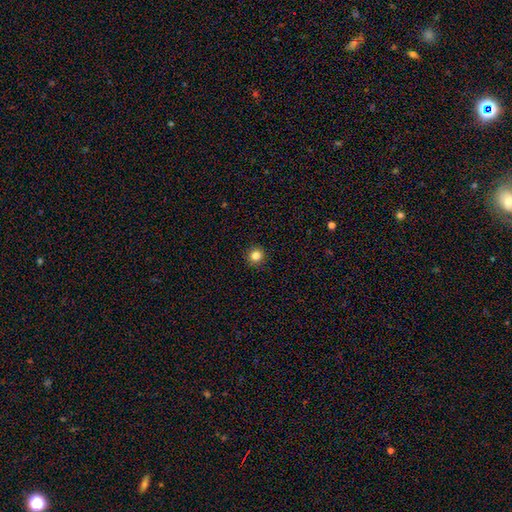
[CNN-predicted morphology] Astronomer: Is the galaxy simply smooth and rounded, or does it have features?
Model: smooth — 83%.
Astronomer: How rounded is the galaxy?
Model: round — 94%.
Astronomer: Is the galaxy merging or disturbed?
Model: none — 92%.